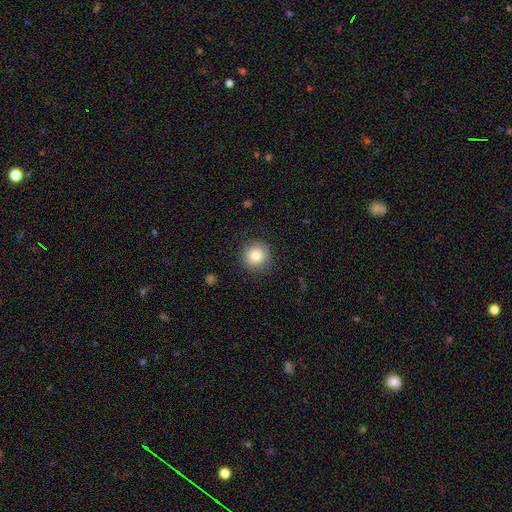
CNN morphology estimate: type=smooth (78%); roundness=round (94%); merging=none (85%).